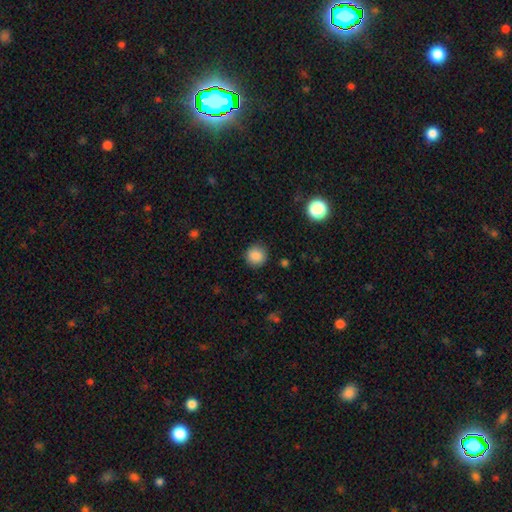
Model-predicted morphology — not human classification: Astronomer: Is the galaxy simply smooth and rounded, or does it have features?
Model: smooth — 87%.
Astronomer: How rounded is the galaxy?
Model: round — 93%.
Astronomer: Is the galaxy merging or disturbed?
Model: none — 90%.